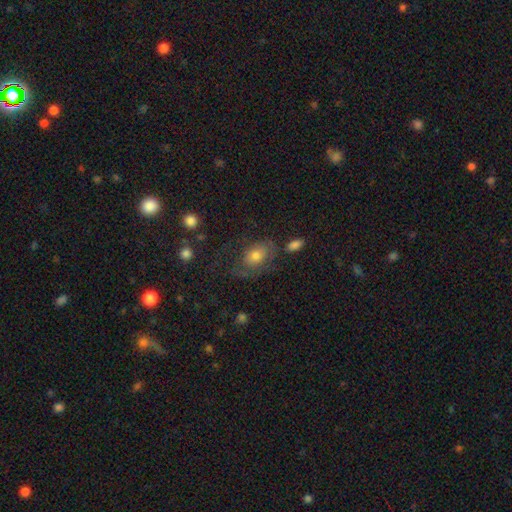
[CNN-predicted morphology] Smooth or featured: smooth — 61% (featured or disk — 29%)
How rounded: in between — 78% (round — 20%)
Merging: none — 47% (major disturbance — 25%)